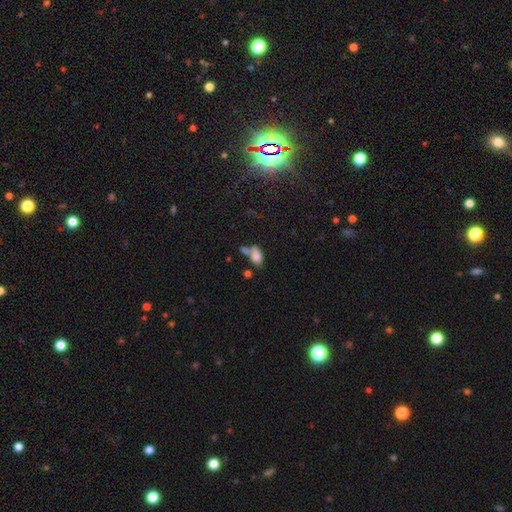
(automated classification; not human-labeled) The model was most divided on "merging": merger: 38%, none: 35%, minor disturbance: 18%, major disturbance: 10%. More confident: how rounded — in between (88%); smooth or featured — smooth (74%).